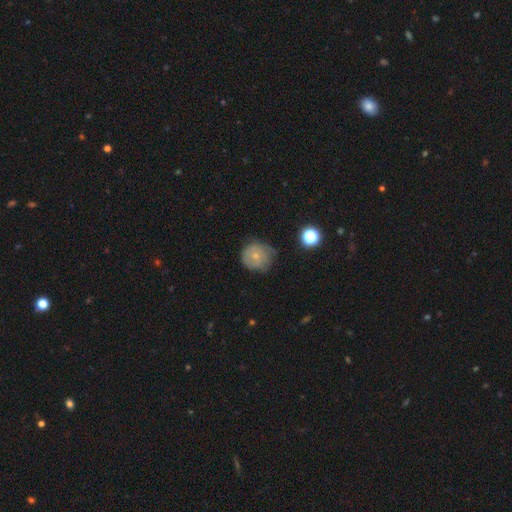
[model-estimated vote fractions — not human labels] Smooth or featured: smooth — 58% (featured or disk — 31%)
How rounded: round — 88% (in between — 11%)
Merging: none — 56% (minor disturbance — 32%)